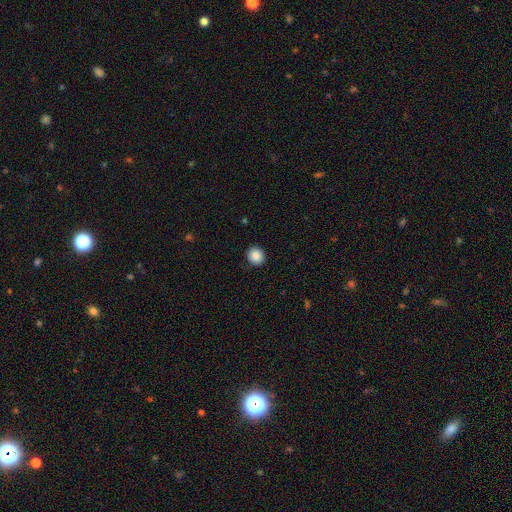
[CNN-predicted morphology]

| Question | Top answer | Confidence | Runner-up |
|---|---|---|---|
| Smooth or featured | smooth | 88% | star or artifact (9%) |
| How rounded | round | 86% | in between (13%) |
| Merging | none | 90% | minor disturbance (7%) |